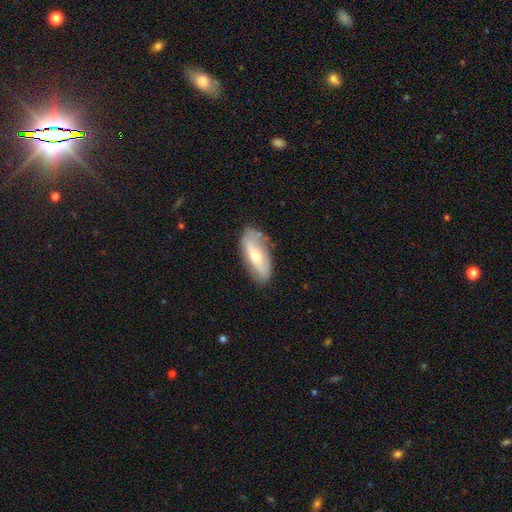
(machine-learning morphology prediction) smooth-or-featured: featured or disk: 48% | smooth: 46% | star or artifact: 6%
  merging: none: 72% | minor disturbance: 20% | major disturbance: 5% | merger: 3%